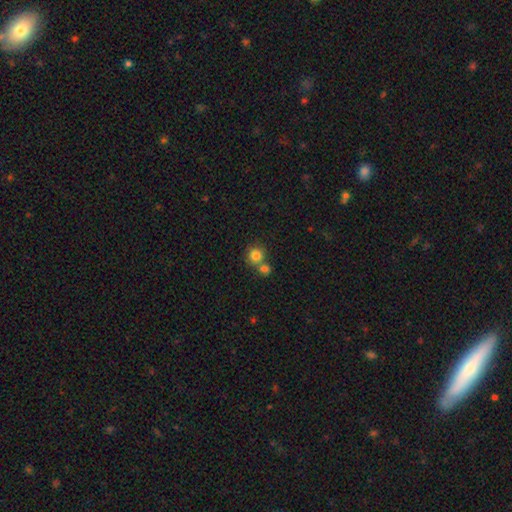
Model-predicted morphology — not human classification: smooth-or-featured: smooth: 81% | star or artifact: 11% | featured or disk: 7%
  how-rounded: round: 90% | in between: 9% | cigar-shaped: 1%
  merging: none: 54% | merger: 37% | minor disturbance: 7% | major disturbance: 2%